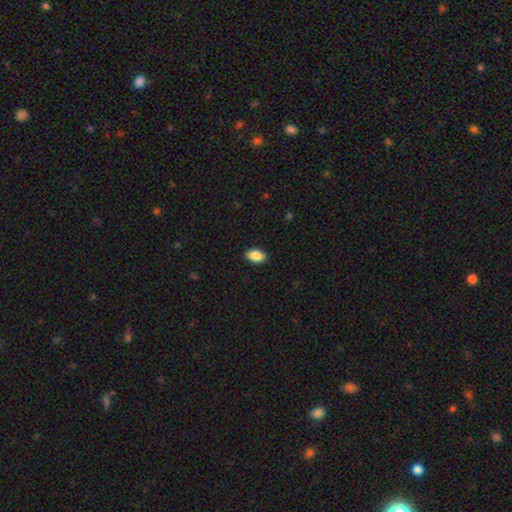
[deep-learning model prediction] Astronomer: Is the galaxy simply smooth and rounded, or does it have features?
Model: smooth — 88%.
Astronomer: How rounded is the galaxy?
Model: in between — 90%.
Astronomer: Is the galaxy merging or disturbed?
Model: none — 89%.